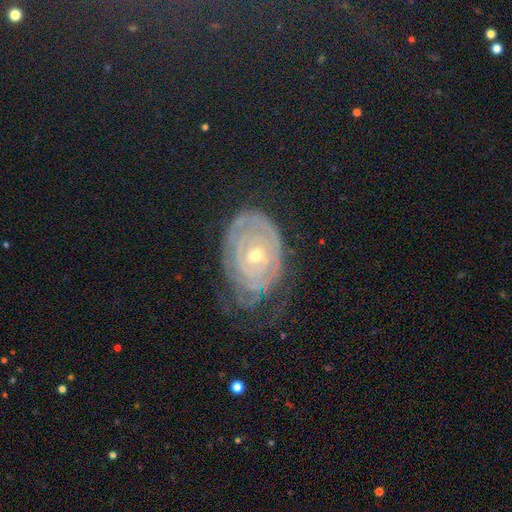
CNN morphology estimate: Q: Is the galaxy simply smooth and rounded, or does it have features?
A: featured or disk — 76%.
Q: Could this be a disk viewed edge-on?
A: no — 96%.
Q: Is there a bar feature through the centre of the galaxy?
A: no — 79%.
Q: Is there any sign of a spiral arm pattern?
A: yes — 84%.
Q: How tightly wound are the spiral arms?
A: tight — 83%.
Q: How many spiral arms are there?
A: can't tell — 54%.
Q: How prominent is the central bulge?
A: small — 54%.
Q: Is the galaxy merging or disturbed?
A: none — 61%.